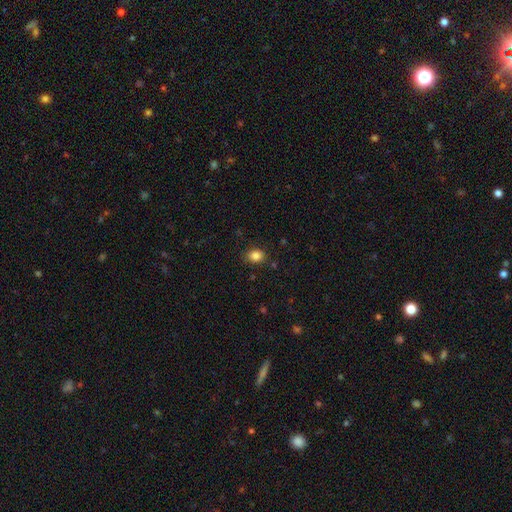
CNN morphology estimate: This is clearly a smooth galaxy (85%). How rounded: possibly in between (58%). Merging: clearly none (86%).